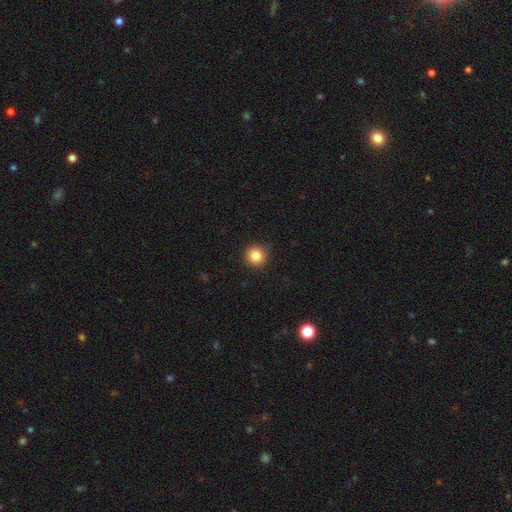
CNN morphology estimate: A smooth galaxy with no disk features (85%) that is round (94%). Merging: none (88%).